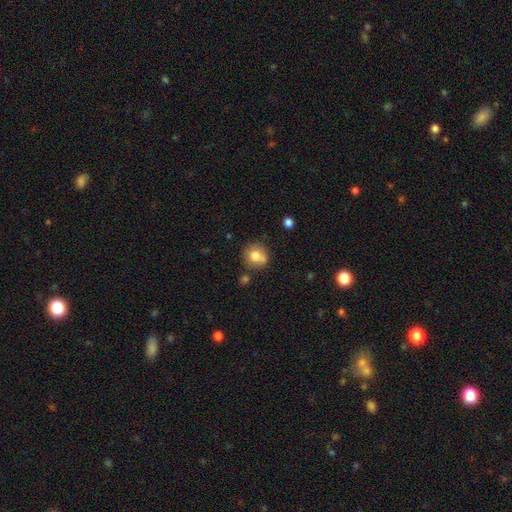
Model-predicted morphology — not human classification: This is likely a smooth galaxy (76%). How rounded: clearly round (87%). Merging: likely none (66%).